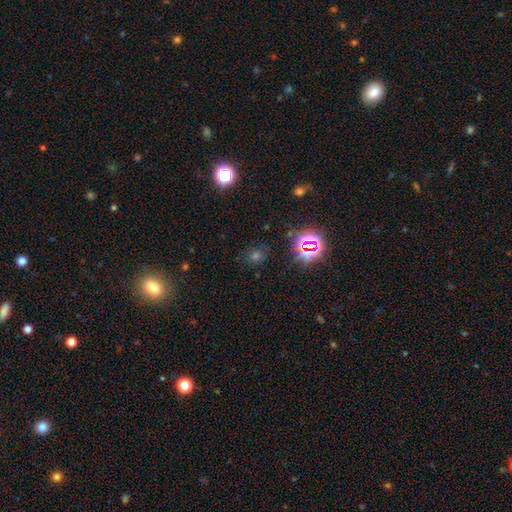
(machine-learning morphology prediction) smooth-or-featured: smooth: 49% | star or artifact: 44% | featured or disk: 7%
  merging: none: 84% | minor disturbance: 10% | major disturbance: 4% | merger: 2%